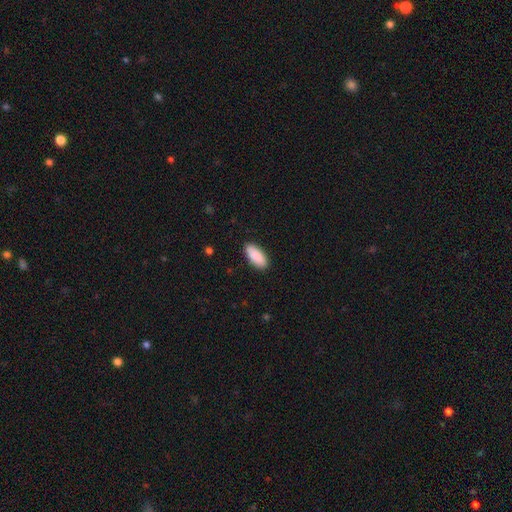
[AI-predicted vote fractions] smooth-or-featured: smooth: 91% | star or artifact: 6% | featured or disk: 3%
  how-rounded: in between: 89% | cigar-shaped: 9% | round: 2%
  merging: none: 89% | minor disturbance: 8% | major disturbance: 2% | merger: 1%